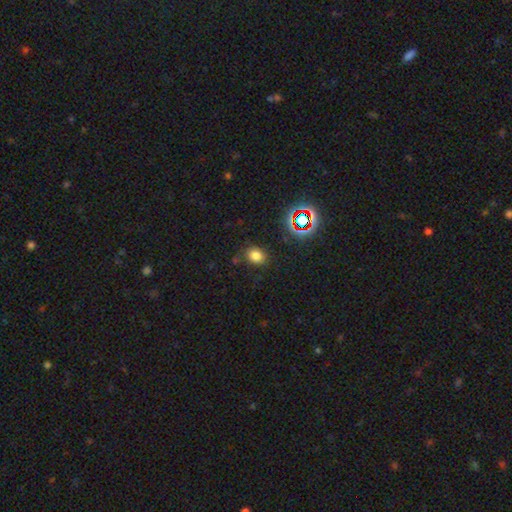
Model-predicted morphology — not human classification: Smooth or featured? Predicted: smooth (p=0.75). How rounded? Predicted: round (p=0.52). Merging? Predicted: none (p=0.82).